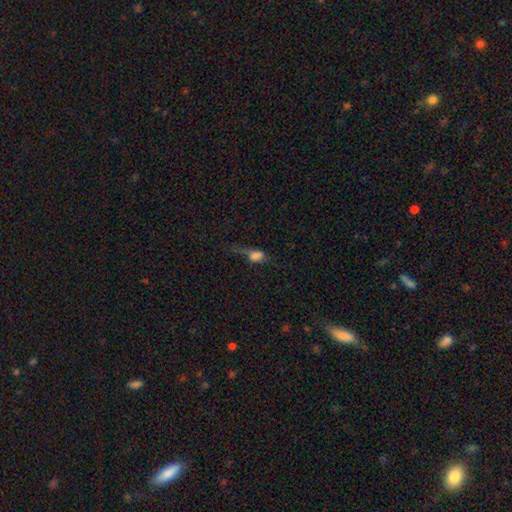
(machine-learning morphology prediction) Smooth or featured? Predicted: smooth (p=0.65). How rounded? Predicted: in between (p=0.75). Merging? Predicted: major disturbance (p=0.47).